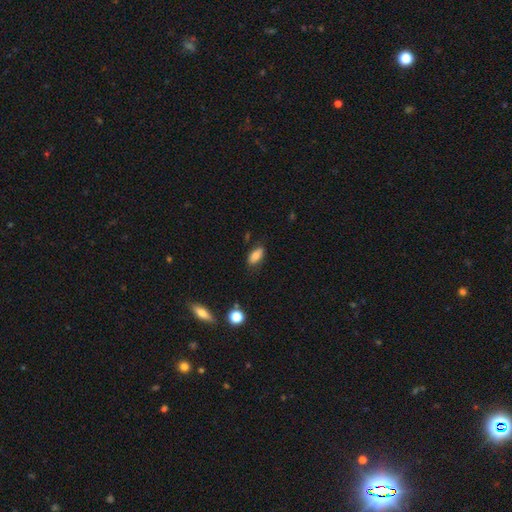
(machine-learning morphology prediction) type=smooth (80%); roundness=in between (88%); merging=none (77%).